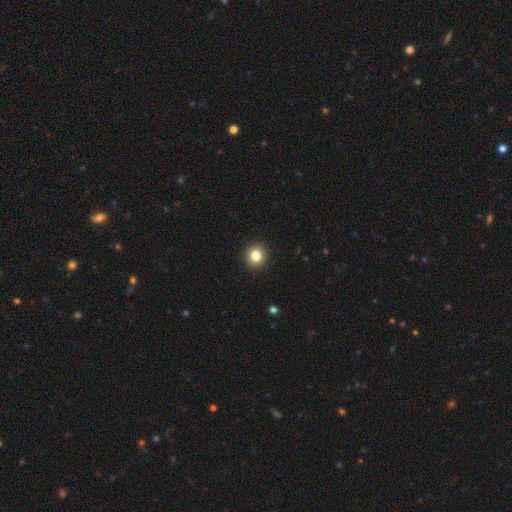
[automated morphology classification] A smooth galaxy with no disk features (83%) that is round (92%).

Vote fractions:
- Smooth or featured? smooth: 83% / star or artifact: 11% / featured or disk: 6%
- How rounded? round: 92% / in between: 8% / cigar-shaped: 1%
- Merging? none: 93% / minor disturbance: 4% / major disturbance: 2% / merger: 1%